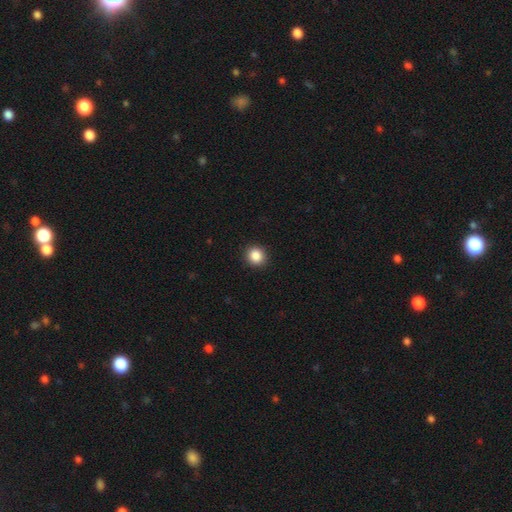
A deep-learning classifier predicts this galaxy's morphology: Q: Smooth or featured?
A: smooth (87%); runner-up: star or artifact (10%)
Q: How rounded?
A: round (87%); runner-up: in between (12%)
Q: Merging?
A: none (92%); runner-up: minor disturbance (5%)